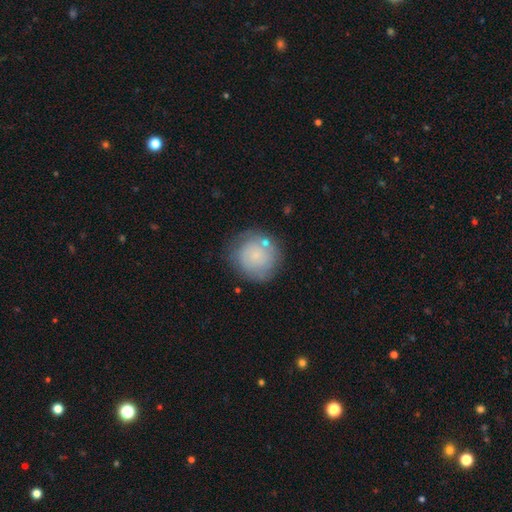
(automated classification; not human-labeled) smooth_or_featured: smooth (p=0.62) [alt: featured or disk p=0.30]
how_rounded: round (p=0.91) [alt: in between p=0.08]
merging: none (p=0.71) [alt: minor disturbance p=0.17]